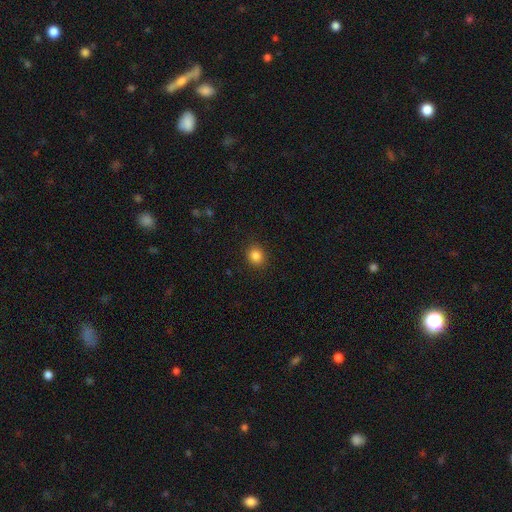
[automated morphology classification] A smooth galaxy with no disk features (85%) that is round (80%). Merging: none (90%).